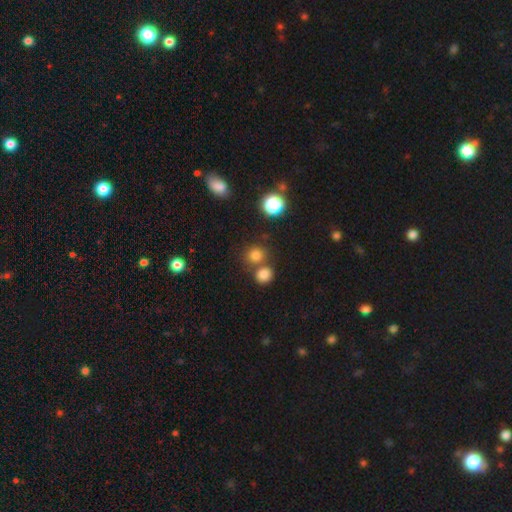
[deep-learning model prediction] Q: Smooth or featured?
A: smooth (78%); runner-up: star or artifact (17%)
Q: How rounded?
A: round (85%); runner-up: in between (14%)
Q: Merging?
A: none (62%); runner-up: merger (27%)